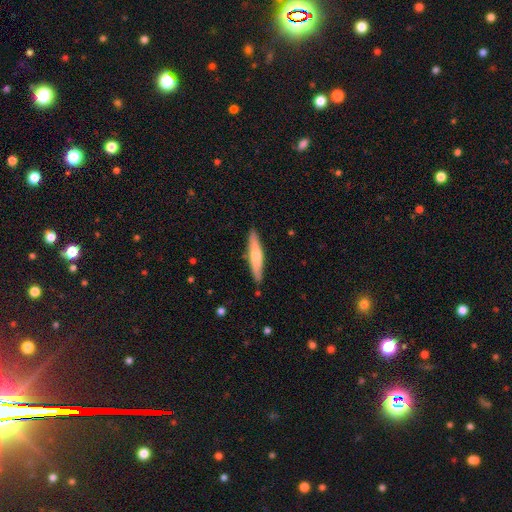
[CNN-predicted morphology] Smooth or featured?
  - smooth: 58% *
  - featured or disk: 37%
  - star or artifact: 5%
How rounded?
  - cigar-shaped: 86% *
  - in between: 12%
  - round: 1%
Merging?
  - none: 86% *
  - minor disturbance: 10%
  - merger: 2%
  - major disturbance: 2%